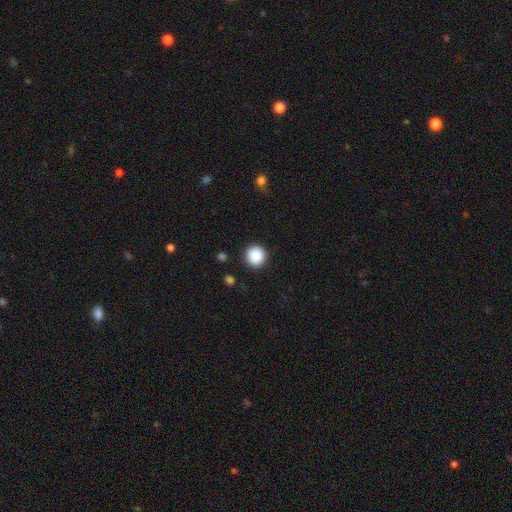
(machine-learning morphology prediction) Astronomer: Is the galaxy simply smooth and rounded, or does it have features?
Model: smooth — 89%.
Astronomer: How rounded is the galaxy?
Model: round — 94%.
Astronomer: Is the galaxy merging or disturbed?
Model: none — 90%.